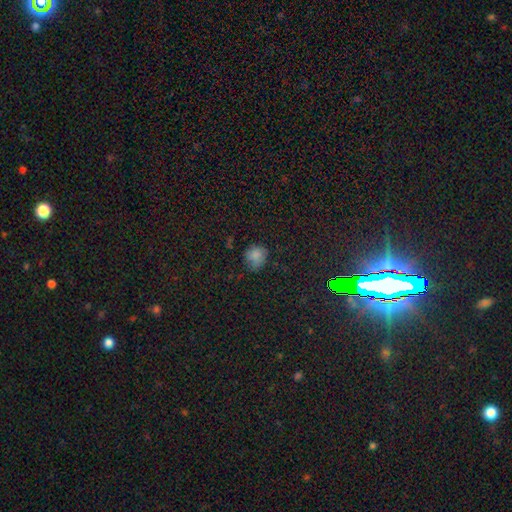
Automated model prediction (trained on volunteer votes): The model was most divided on "merging": none: 65%, minor disturbance: 26%, major disturbance: 6%, merger: 2%. More confident: smooth or featured — smooth (80%); how rounded — round (73%).